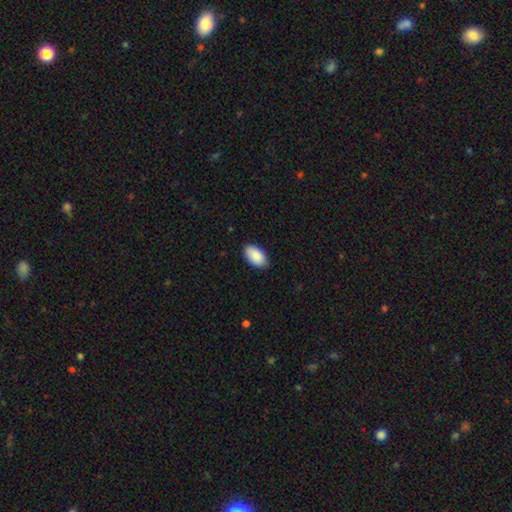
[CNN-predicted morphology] Smooth or featured? Predicted: smooth (p=0.90). How rounded? Predicted: in between (p=0.95). Merging? Predicted: none (p=0.86).